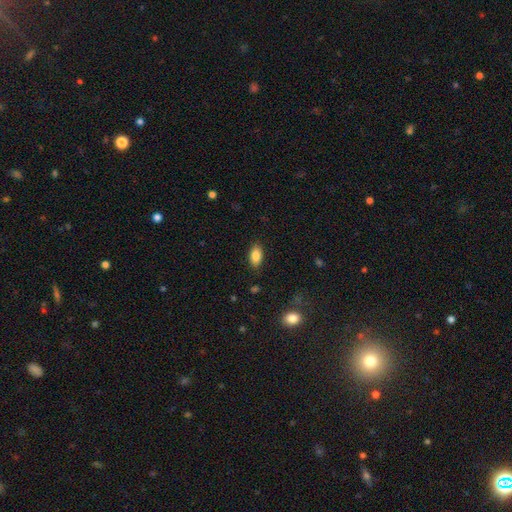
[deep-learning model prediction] A smooth galaxy with no disk features (87%) that is in between round and cigar-shaped (92%). Merging: none (86%).